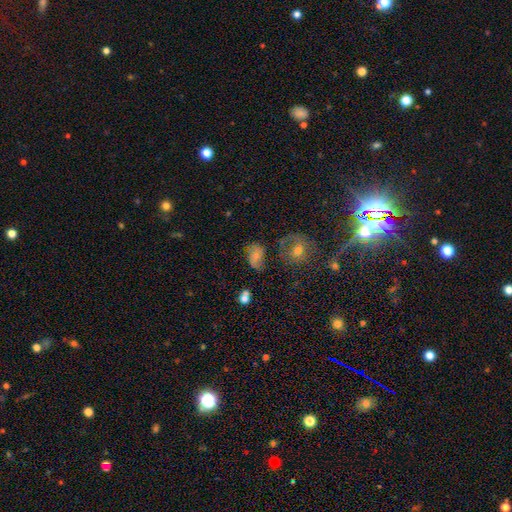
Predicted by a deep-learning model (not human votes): smooth-or-featured: smooth: 56% | featured or disk: 31% | star or artifact: 14%
  how-rounded: in between: 74% | round: 24% | cigar-shaped: 2%
  merging: none: 51% | minor disturbance: 27% | major disturbance: 15% | merger: 6%